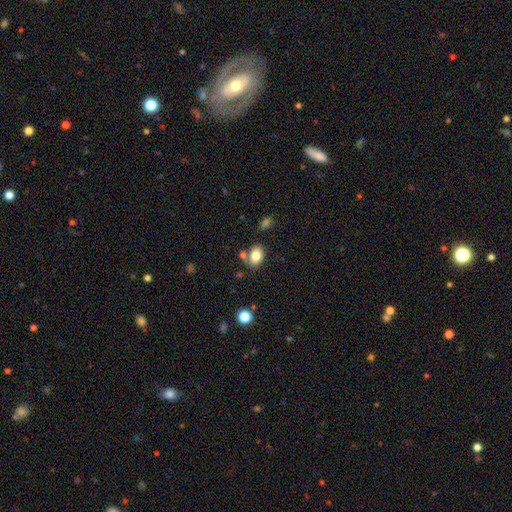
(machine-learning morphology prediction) This appears to be a smooth galaxy with no disk features (81%) that is in between round and cigar-shaped (83%). Merging: none (66%).